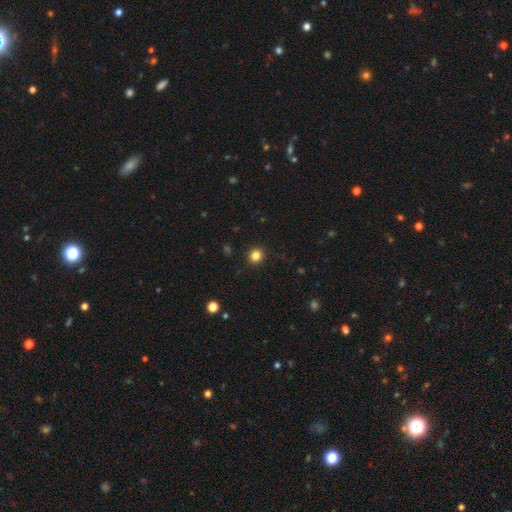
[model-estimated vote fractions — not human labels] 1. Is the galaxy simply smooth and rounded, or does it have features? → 83% smooth, 12% star or artifact, 4% featured or disk.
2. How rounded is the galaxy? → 89% round, 10% in between, 1% cigar-shaped.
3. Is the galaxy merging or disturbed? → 92% none, 5% minor disturbance, 2% major disturbance, 1% merger.